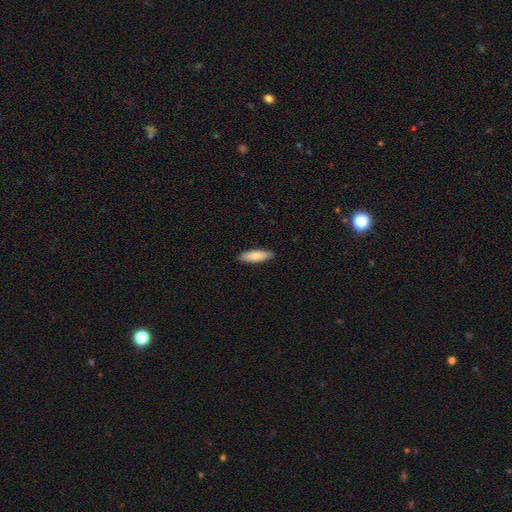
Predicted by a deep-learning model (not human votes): smooth-or-featured: smooth: 79% | featured or disk: 16% | star or artifact: 5%
  how-rounded: in between: 49% (tied) | cigar-shaped: 49% (tied) | round: 2%
  merging: none: 89% | minor disturbance: 8% | major disturbance: 2% | merger: 1%